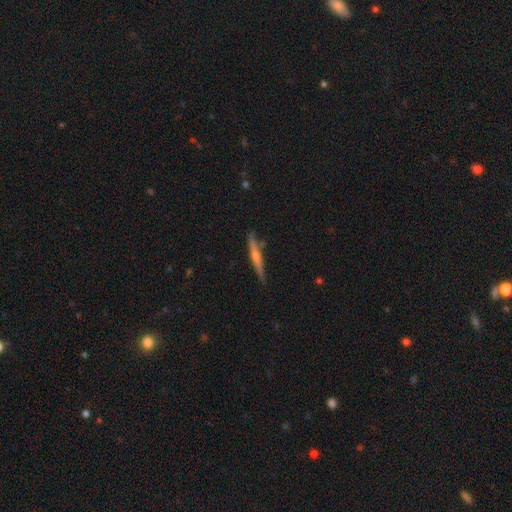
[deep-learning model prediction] This appears to be a featured or disk galaxy (64%) viewed edge-on (97%) with a rounded central bulge (72%). Merging: none (83%).